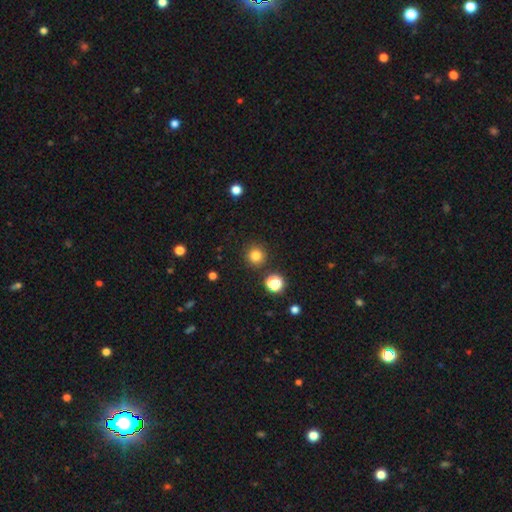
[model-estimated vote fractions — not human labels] This is clearly a smooth galaxy (81%). How rounded: clearly round (95%). Merging: clearly none (89%).